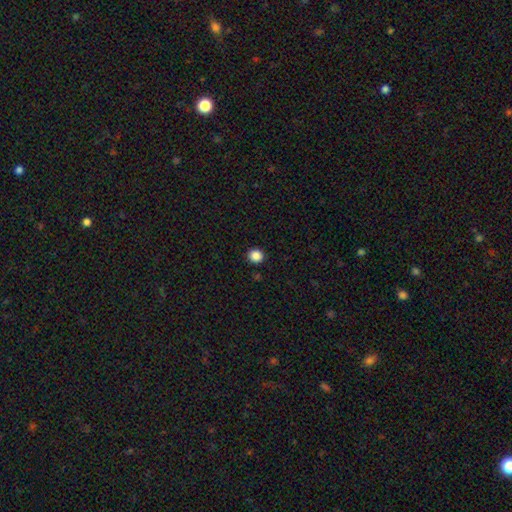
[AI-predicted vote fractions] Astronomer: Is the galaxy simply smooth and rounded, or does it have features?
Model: smooth — 87%.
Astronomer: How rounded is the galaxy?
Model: round — 92%.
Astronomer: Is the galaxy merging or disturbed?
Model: none — 93%.